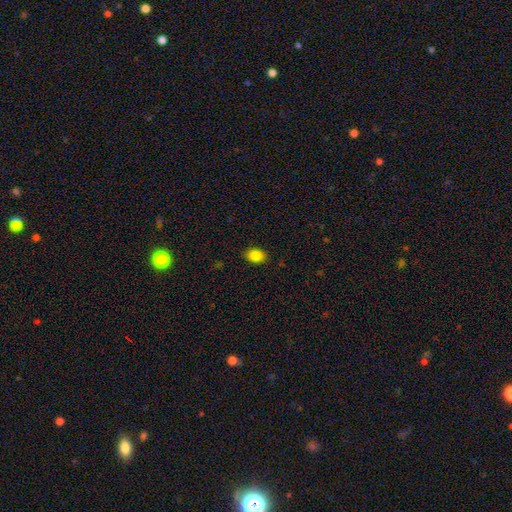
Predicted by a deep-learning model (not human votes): smooth 86%, star or artifact 9%, featured or disk 5%. Down the decision tree: how rounded — in between (71%); merging — none (88%).